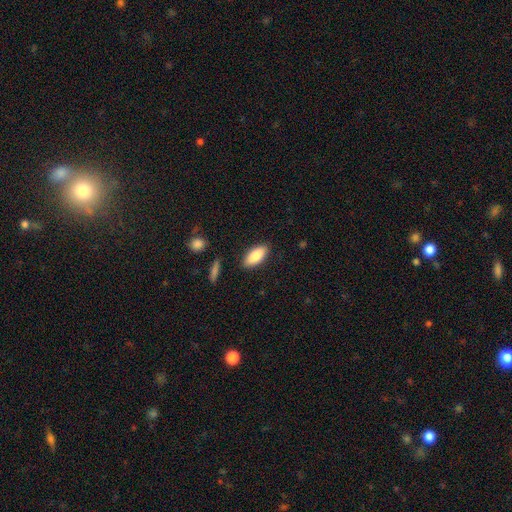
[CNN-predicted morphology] Smooth or featured: smooth — 84% (featured or disk — 10%)
How rounded: in between — 86% (cigar-shaped — 11%)
Merging: none — 86% (minor disturbance — 10%)